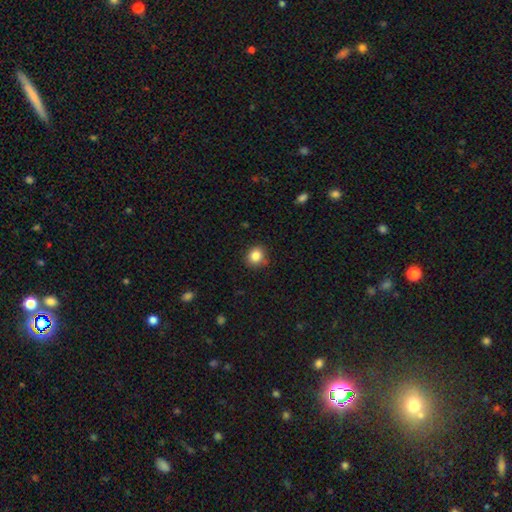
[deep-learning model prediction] smooth_or_featured: smooth (p=0.85) [alt: star or artifact p=0.10]
how_rounded: round (p=0.78) [alt: in between p=0.21]
merging: none (p=0.84) [alt: minor disturbance p=0.11]